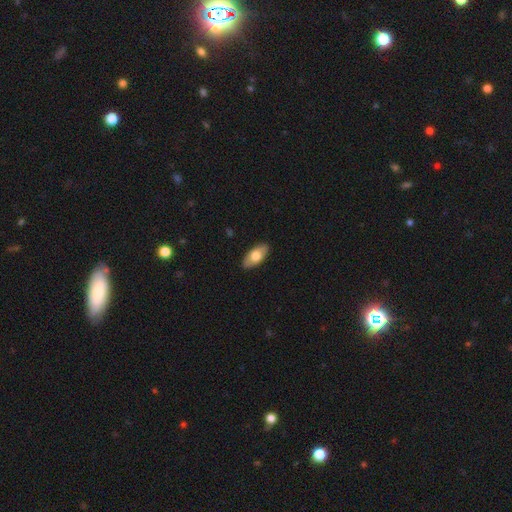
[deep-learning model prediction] A smooth galaxy with no disk features (70%) that is in between round and cigar-shaped (91%).

Vote fractions:
- Smooth or featured? smooth: 70% / featured or disk: 24% / star or artifact: 6%
- How rounded? in between: 91% / cigar-shaped: 7% / round: 3%
- Merging? none: 88% / minor disturbance: 9% / major disturbance: 2% / merger: 1%